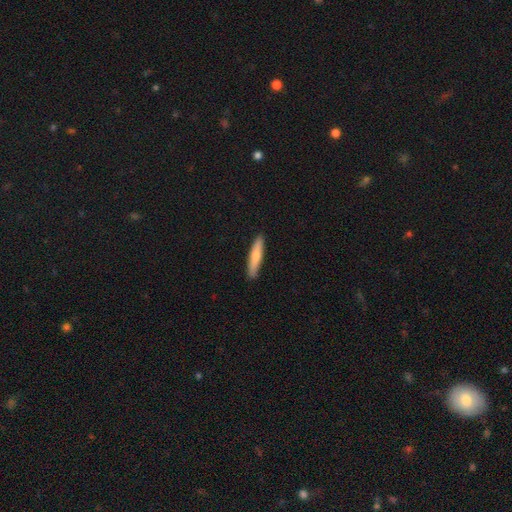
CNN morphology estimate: Q: Smooth or featured?
A: smooth (70%); runner-up: featured or disk (25%)
Q: How rounded?
A: cigar-shaped (86%); runner-up: in between (12%)
Q: Merging?
A: none (91%); runner-up: minor disturbance (7%)